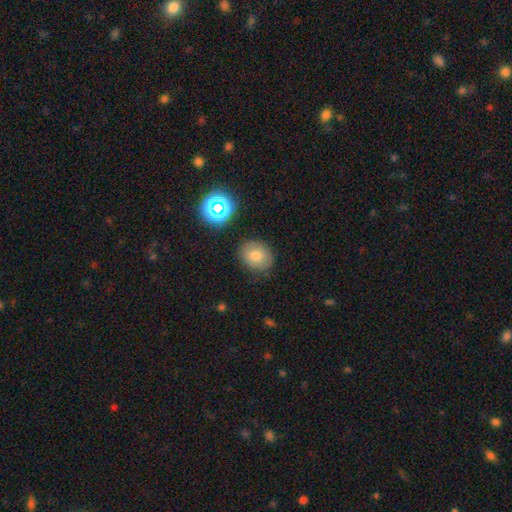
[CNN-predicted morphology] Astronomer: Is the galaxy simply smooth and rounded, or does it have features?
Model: smooth — 72%.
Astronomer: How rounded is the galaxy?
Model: round — 58% (runner-up: in between, 41%).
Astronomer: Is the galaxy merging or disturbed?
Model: none — 82%.